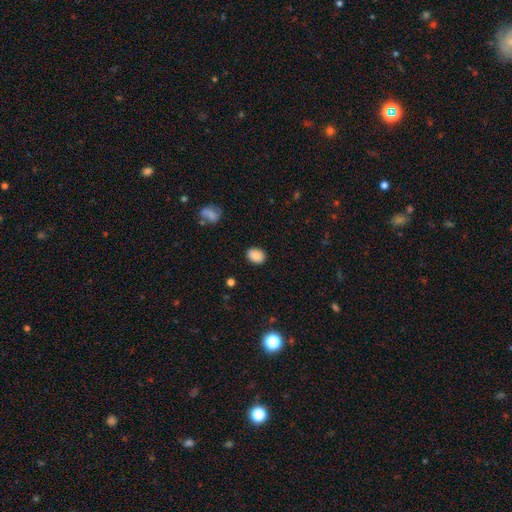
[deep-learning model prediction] smooth 88%, star or artifact 8%, featured or disk 4%. Down the decision tree: how rounded — in between (67%); merging — none (87%).